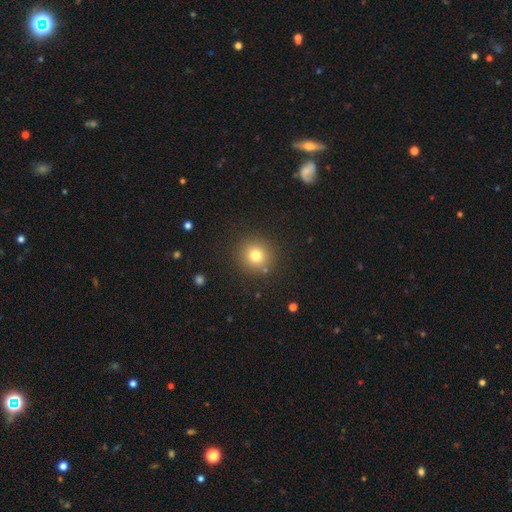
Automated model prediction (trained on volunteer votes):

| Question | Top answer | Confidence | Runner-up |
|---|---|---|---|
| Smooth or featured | smooth | 78% | star or artifact (13%) |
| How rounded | round | 93% | in between (6%) |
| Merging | none | 88% | minor disturbance (7%) |